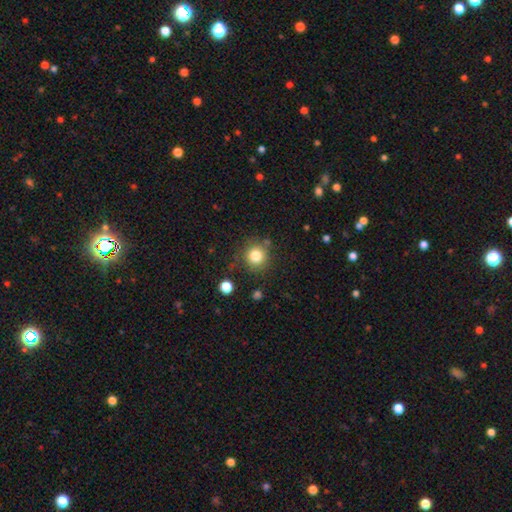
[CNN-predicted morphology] This is clearly a smooth galaxy (81%). How rounded: clearly round (91%). Merging: likely none (79%).